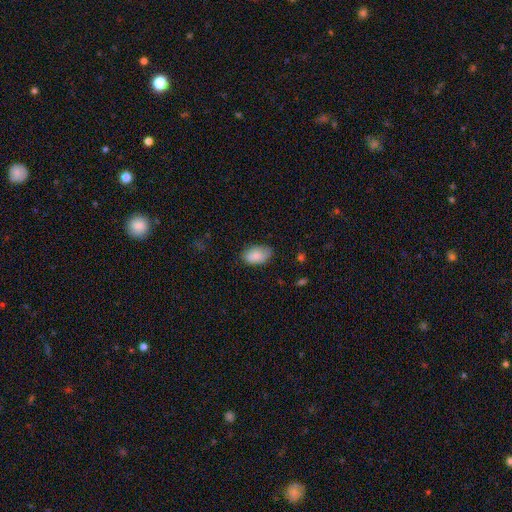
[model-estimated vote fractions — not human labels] Overall: smooth (83%). How rounded: in between (92%). Merging: none (75%).